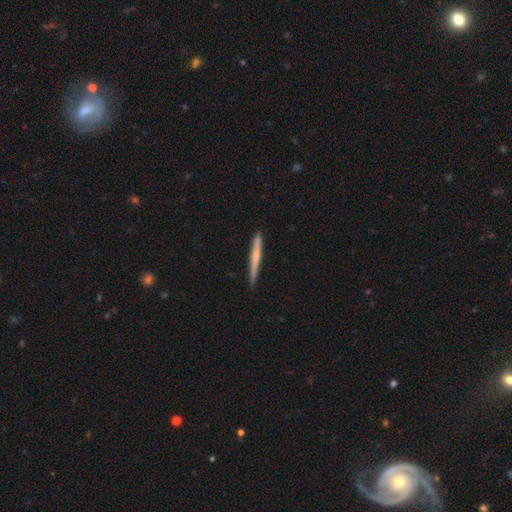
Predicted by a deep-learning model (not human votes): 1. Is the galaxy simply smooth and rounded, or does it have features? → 54% smooth, 40% featured or disk, 6% star or artifact.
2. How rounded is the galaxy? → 97% cigar-shaped, 2% in between, 1% round.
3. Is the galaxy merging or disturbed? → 89% none, 8% minor disturbance, 1% major disturbance, 1% merger.